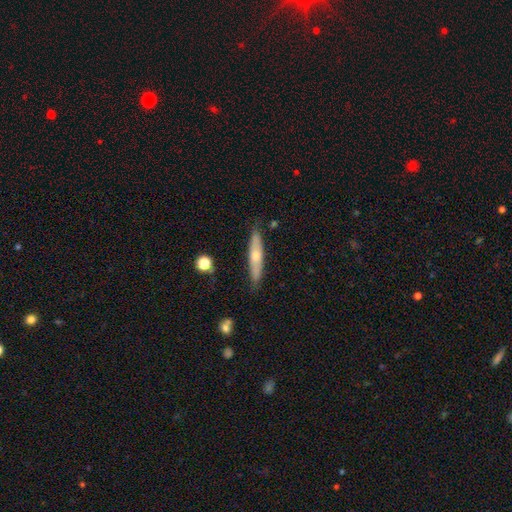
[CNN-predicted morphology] Smooth or featured? Predicted: smooth (p=0.48). Merging? Predicted: none (p=0.85).